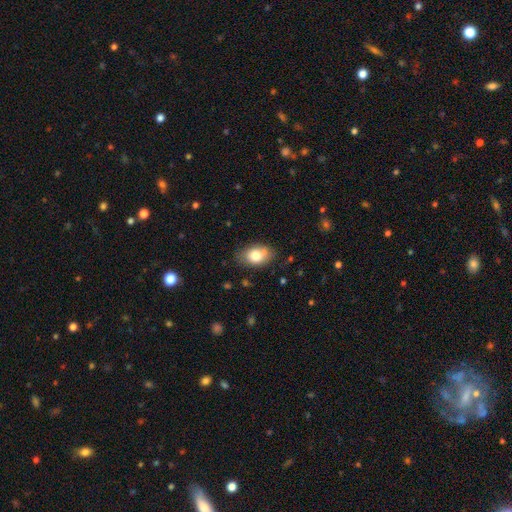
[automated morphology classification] Smooth or featured? Predicted: smooth (p=0.80). How rounded? Predicted: in between (p=0.88). Merging? Predicted: none (p=0.72).